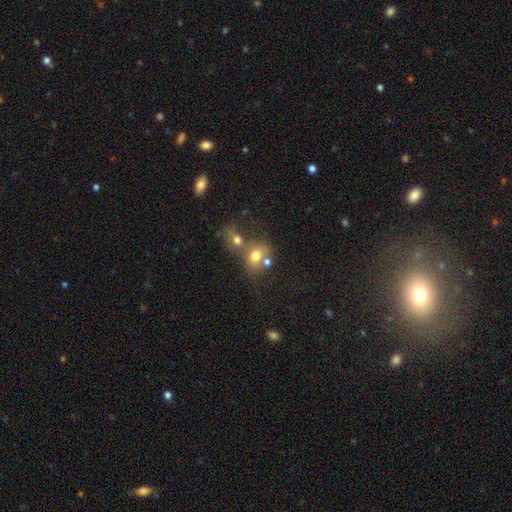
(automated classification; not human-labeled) A smooth galaxy with no disk features (70%) that is round (51%).

Vote fractions:
- Smooth or featured? smooth: 70% / featured or disk: 18% / star or artifact: 12%
- How rounded? round: 51% / in between: 48% / cigar-shaped: 1%
- Merging? merger: 56% / none: 27% / minor disturbance: 10% / major disturbance: 7%